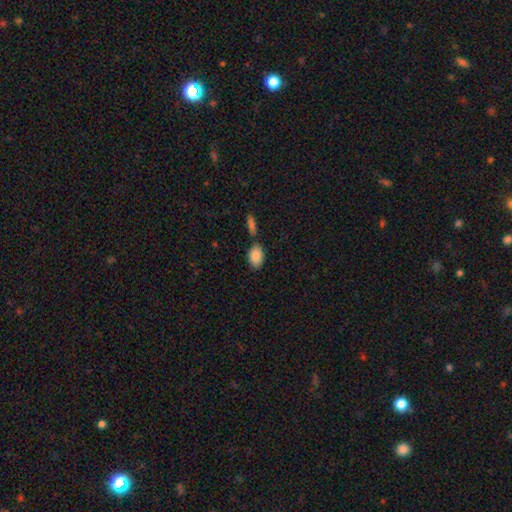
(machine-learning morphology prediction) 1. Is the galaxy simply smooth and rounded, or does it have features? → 88% smooth, 7% star or artifact, 5% featured or disk.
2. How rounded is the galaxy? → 91% in between, 7% round, 2% cigar-shaped.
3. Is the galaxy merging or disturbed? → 69% none, 14% minor disturbance, 13% merger, 3% major disturbance.